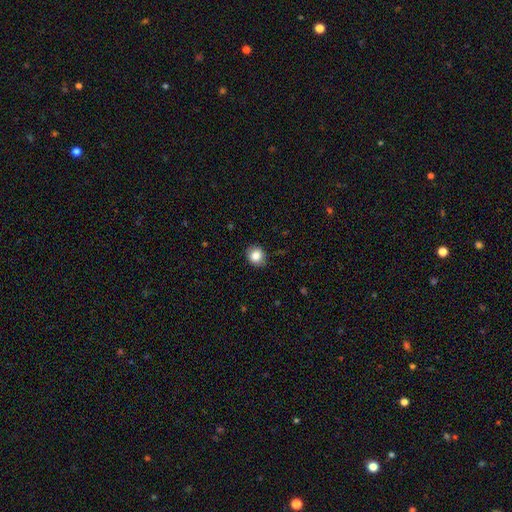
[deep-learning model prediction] This appears to be a smooth galaxy with no disk features (85%) that is round (73%). Merging: none (87%).